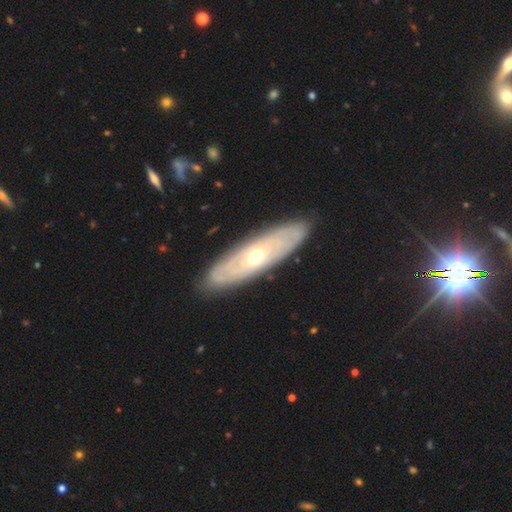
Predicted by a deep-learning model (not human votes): This appears to be a featured or disk galaxy (67%). Merging: none (86%).